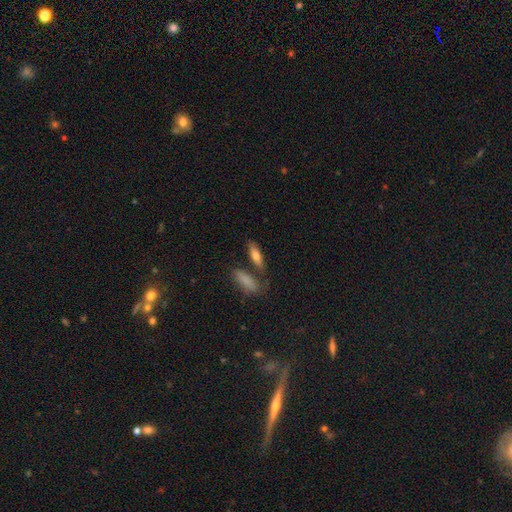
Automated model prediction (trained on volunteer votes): Smooth or featured?
  - smooth: 71% *
  - featured or disk: 22%
  - star or artifact: 7%
How rounded?
  - cigar-shaped: 50% *
  - in between: 47%
  - round: 3%
Merging?
  - none: 68% *
  - merger: 15%
  - minor disturbance: 13%
  - major disturbance: 4%